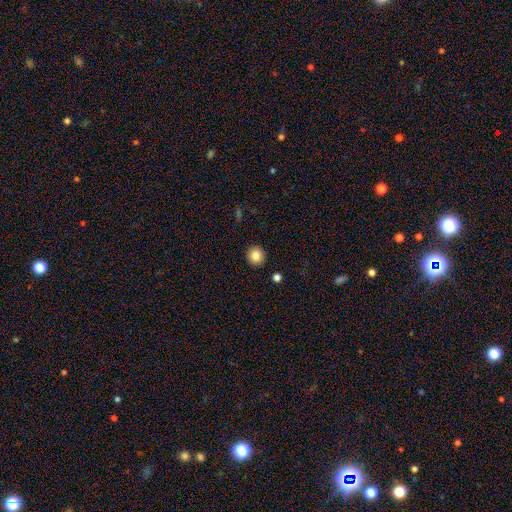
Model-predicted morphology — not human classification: Smooth or featured: smooth — 84% (star or artifact — 10%)
How rounded: round — 93% (in between — 6%)
Merging: none — 92% (minor disturbance — 5%)